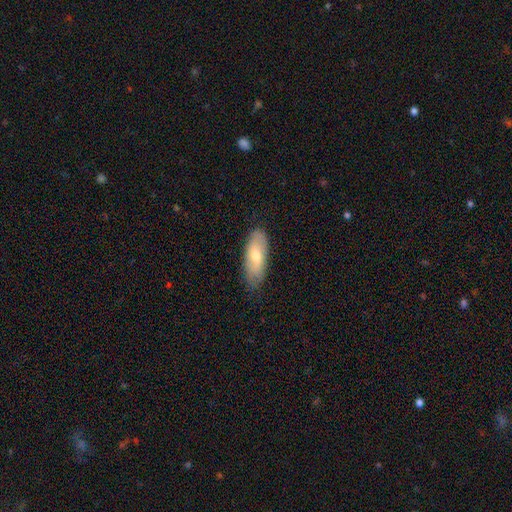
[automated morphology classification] Smooth or featured: smooth — 64% (featured or disk — 30%)
How rounded: in between — 73% (cigar-shaped — 25%)
Merging: none — 78% (minor disturbance — 18%)